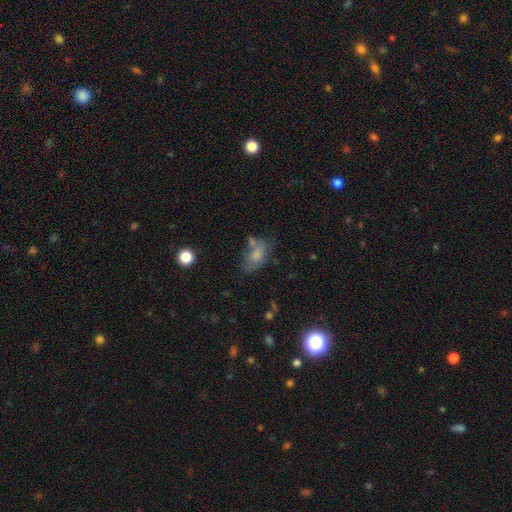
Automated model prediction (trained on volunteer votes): The model was most divided on "merging": none: 50%, minor disturbance: 23%, merger: 16%, major disturbance: 11%. More confident: how rounded — in between (83%); smooth or featured — smooth (59%).